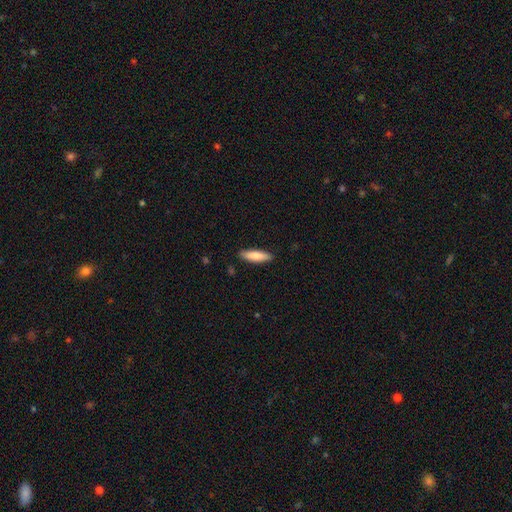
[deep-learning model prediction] Smooth or featured? smooth (84%)
How rounded? cigar-shaped (62%)
Merging? none (88%)